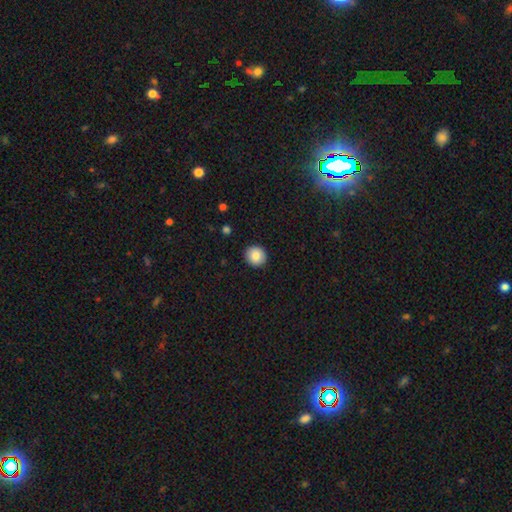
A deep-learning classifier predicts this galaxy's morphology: smooth-or-featured: smooth: 85% | star or artifact: 8% | featured or disk: 7%
  how-rounded: round: 91% | in between: 8% | cigar-shaped: 1%
  merging: none: 92% | minor disturbance: 6% | major disturbance: 2% | merger: 1%